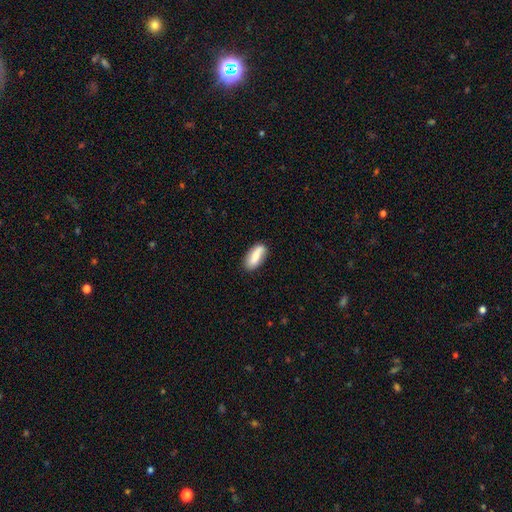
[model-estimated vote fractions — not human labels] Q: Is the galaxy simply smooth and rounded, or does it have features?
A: smooth — 72%.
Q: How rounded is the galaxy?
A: in between — 77%.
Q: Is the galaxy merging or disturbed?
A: none — 80%.